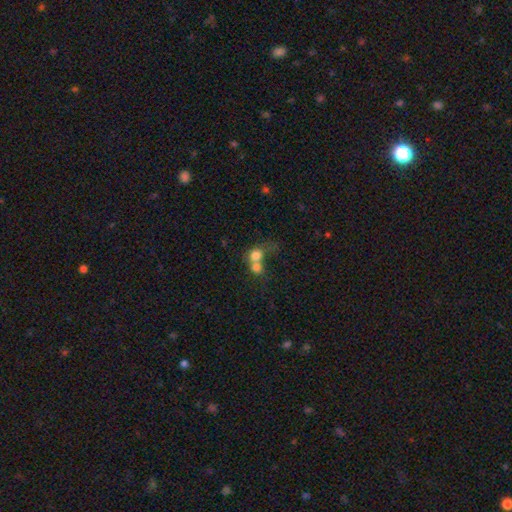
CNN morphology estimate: Smooth or featured: smooth — 74% (featured or disk — 15%)
How rounded: round — 71% (in between — 27%)
Merging: merger — 70% (none — 19%)